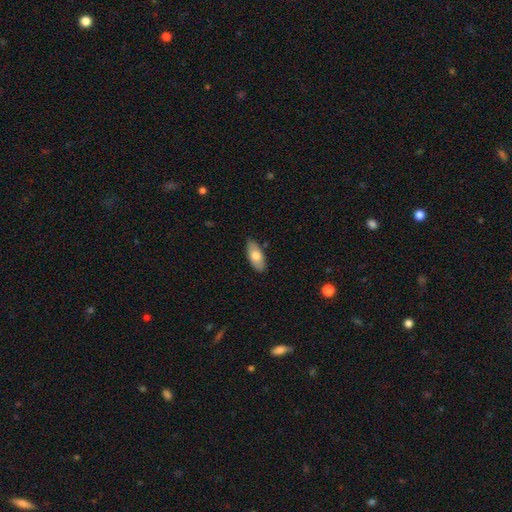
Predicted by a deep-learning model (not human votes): A smooth galaxy with no disk features (74%) that is in between round and cigar-shaped (88%). Merging: none (85%).